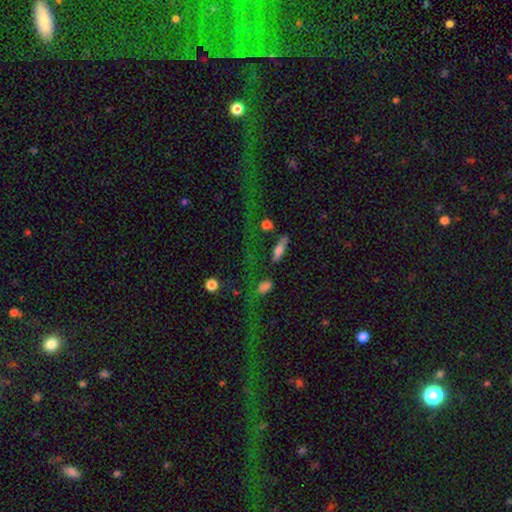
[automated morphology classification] Smooth or featured? star or artifact (72%)